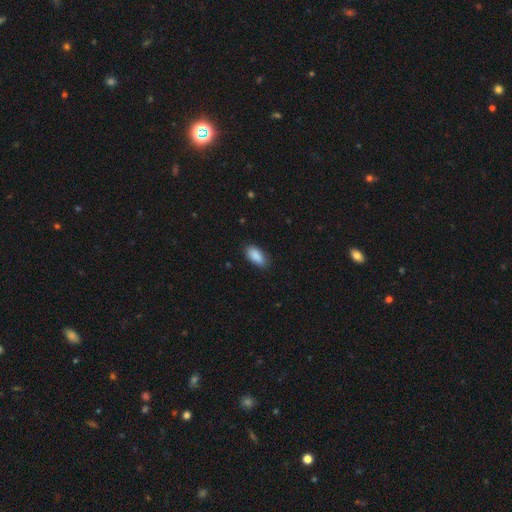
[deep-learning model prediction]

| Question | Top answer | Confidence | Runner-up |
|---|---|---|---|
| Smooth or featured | smooth | 89% | star or artifact (7%) |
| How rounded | in between | 91% | cigar-shaped (6%) |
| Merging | none | 81% | minor disturbance (15%) |